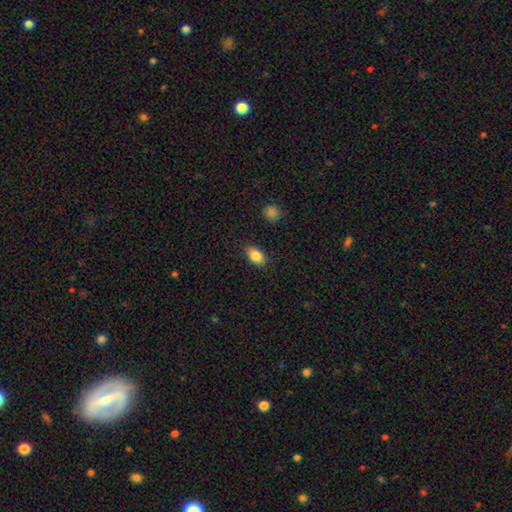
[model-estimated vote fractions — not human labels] This is clearly a smooth galaxy (85%). How rounded: clearly in between (89%). Merging: clearly none (86%).